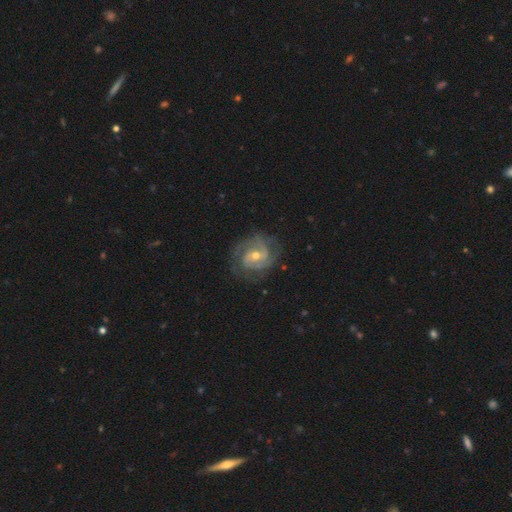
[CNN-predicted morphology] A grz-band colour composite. It shows a featured or disk galaxy (88%) with a weak bar (44%), 2 (53%) tight (55%) spiral arms (97%) and a moderate central bulge (56%). Merging: none (75%).